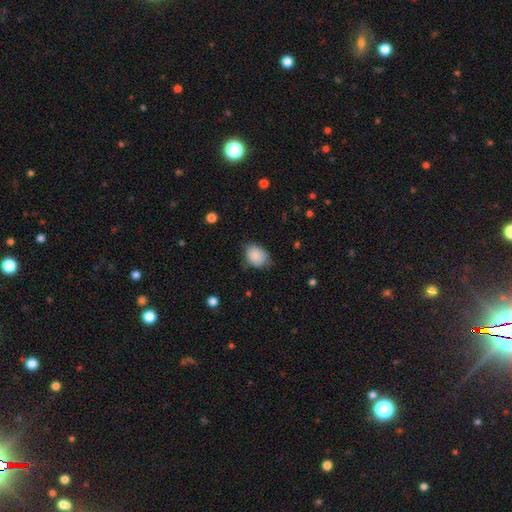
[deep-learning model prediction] smooth_or_featured: smooth (p=0.87) [alt: star or artifact p=0.07]
how_rounded: in between (p=0.64) [alt: round p=0.35]
merging: none (p=0.62) [alt: minor disturbance p=0.30]